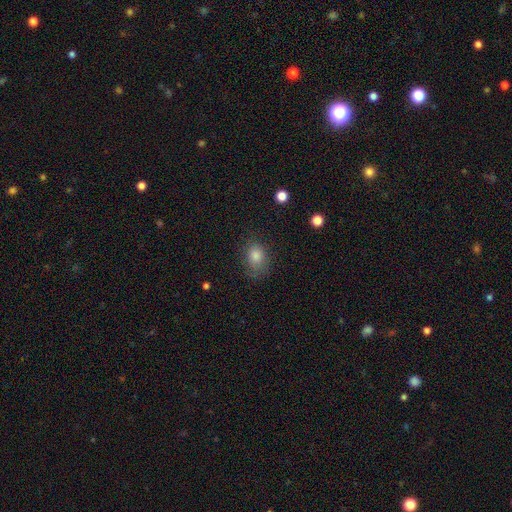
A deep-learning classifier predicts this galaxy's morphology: Q: Smooth or featured?
A: smooth (80%); runner-up: star or artifact (12%)
Q: How rounded?
A: in between (60%); runner-up: round (38%)
Q: Merging?
A: none (70%); runner-up: minor disturbance (21%)